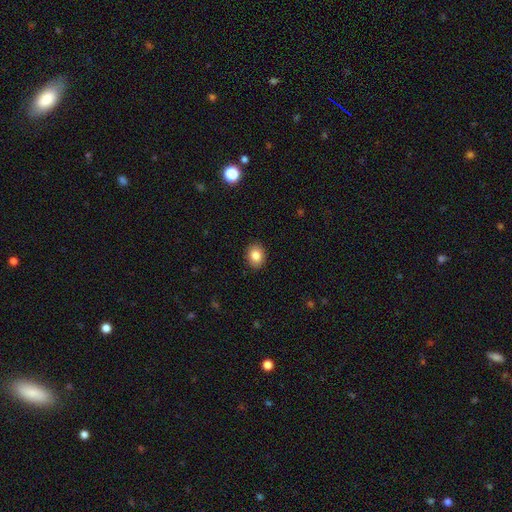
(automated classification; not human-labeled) This is clearly a smooth galaxy (84%). How rounded: possibly round (50%). Merging: clearly none (90%).